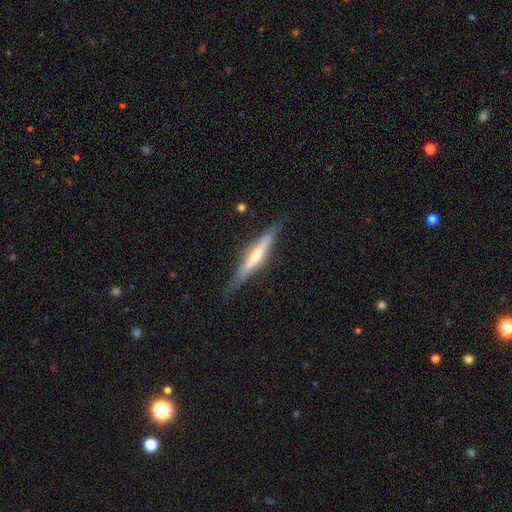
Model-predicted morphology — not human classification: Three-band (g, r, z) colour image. It shows a featured or disk galaxy (62%) viewed edge-on (94%) with a rounded central bulge (67%). Merging: none (81%).